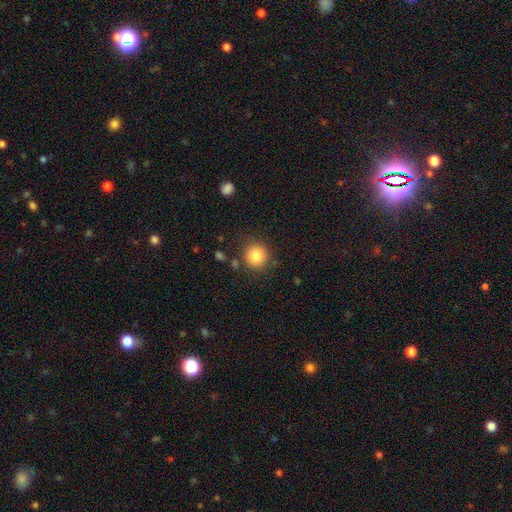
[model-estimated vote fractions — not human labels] A smooth galaxy with no disk features (83%) that is round (92%).

Vote fractions:
- Smooth or featured? smooth: 83% / star or artifact: 10% / featured or disk: 7%
- How rounded? round: 92% / in between: 7% / cigar-shaped: 1%
- Merging? none: 85% / minor disturbance: 9% / merger: 3% / major disturbance: 3%